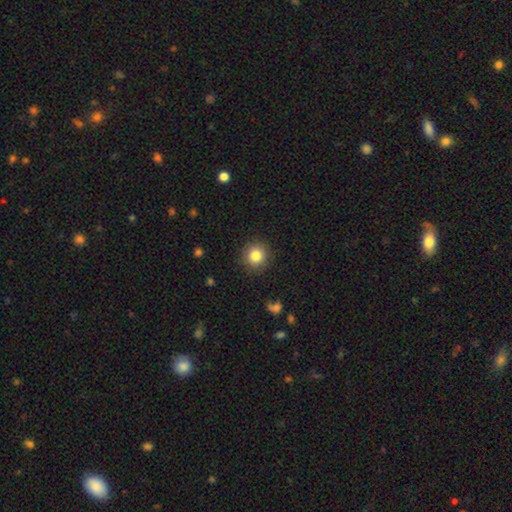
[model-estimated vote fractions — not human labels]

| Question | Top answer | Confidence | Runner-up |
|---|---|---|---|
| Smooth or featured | smooth | 83% | star or artifact (11%) |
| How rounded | round | 93% | in between (6%) |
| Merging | none | 90% | minor disturbance (7%) |